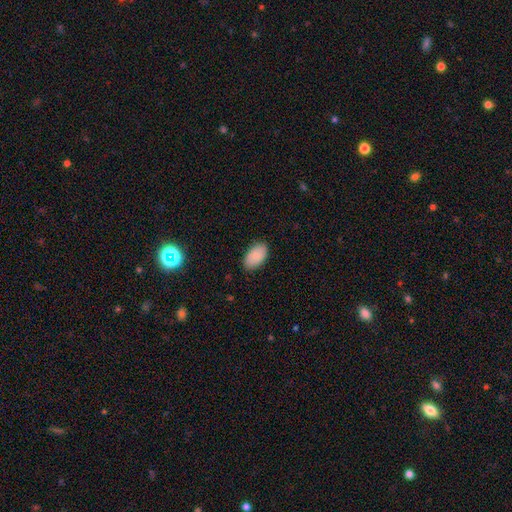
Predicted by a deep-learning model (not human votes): Smooth or featured?
  - smooth: 87% *
  - featured or disk: 7%
  - star or artifact: 7%
How rounded?
  - in between: 94% *
  - round: 4%
  - cigar-shaped: 1%
Merging?
  - none: 86% *
  - minor disturbance: 11%
  - major disturbance: 2%
  - merger: 1%